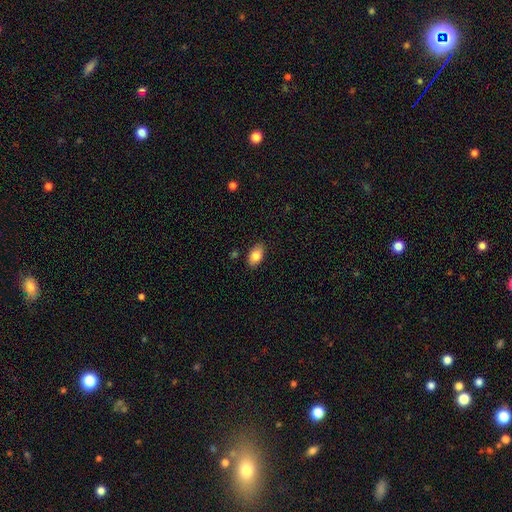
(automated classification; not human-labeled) Q: Smooth or featured?
A: smooth (86%); runner-up: star or artifact (7%)
Q: How rounded?
A: in between (92%); runner-up: round (6%)
Q: Merging?
A: none (86%); runner-up: minor disturbance (10%)